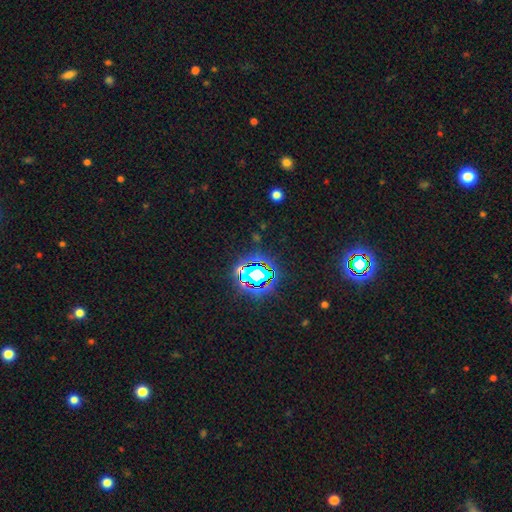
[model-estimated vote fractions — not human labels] Smooth or featured?
  - star or artifact: 79% *
  - smooth: 13%
  - featured or disk: 8%